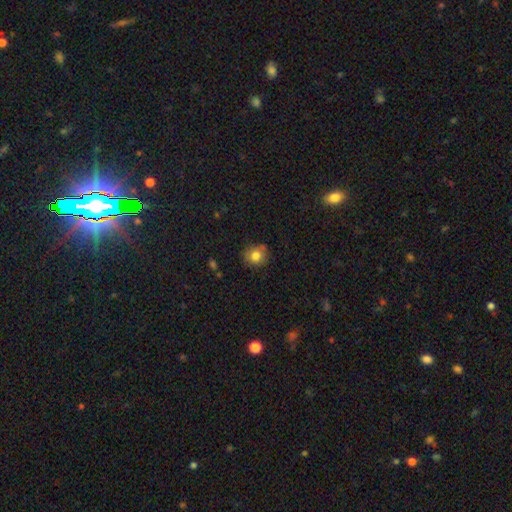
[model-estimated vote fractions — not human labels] Smooth or featured? smooth (81%)
How rounded? round (81%)
Merging? none (78%)